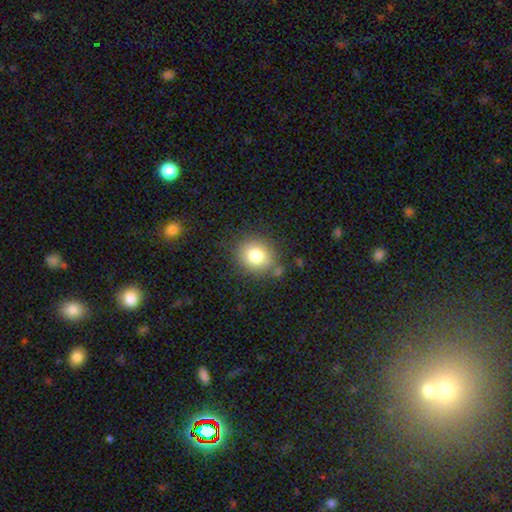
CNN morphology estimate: Smooth or featured? smooth (79%)
How rounded? round (75%)
Merging? none (80%)